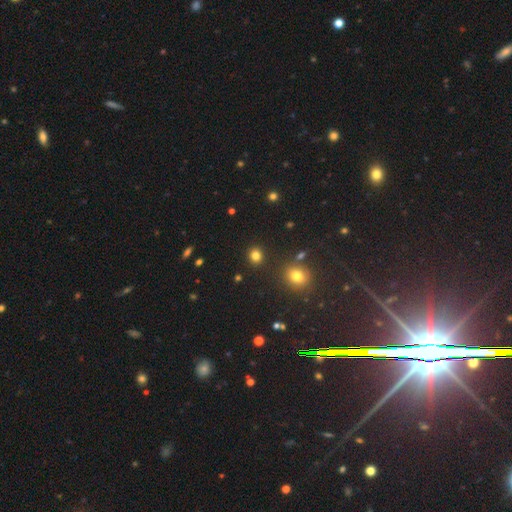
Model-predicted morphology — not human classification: Smooth or featured: smooth — 80% (star or artifact — 15%)
How rounded: round — 82% (in between — 17%)
Merging: none — 89% (minor disturbance — 6%)